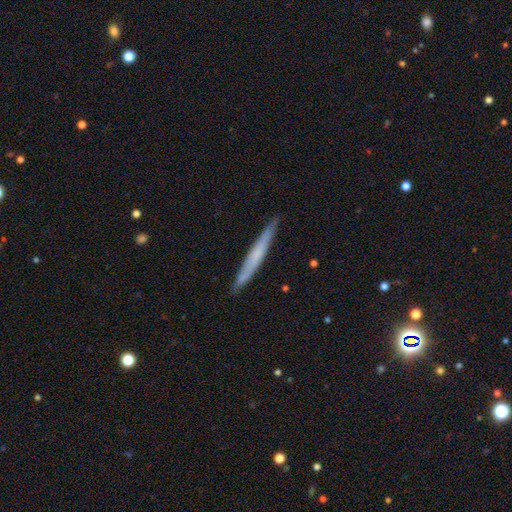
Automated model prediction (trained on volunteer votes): Overall: smooth (50%; featured or disk 44%). Merging: none (89%).